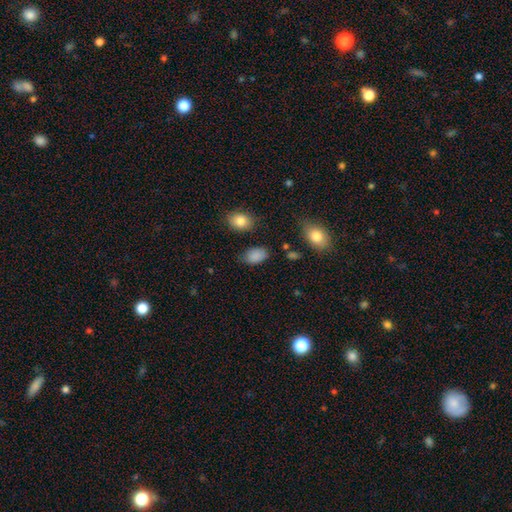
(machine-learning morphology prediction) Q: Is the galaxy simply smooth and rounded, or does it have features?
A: smooth — 87%.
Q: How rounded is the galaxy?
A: in between — 91%.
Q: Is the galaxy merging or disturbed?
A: none — 76%.